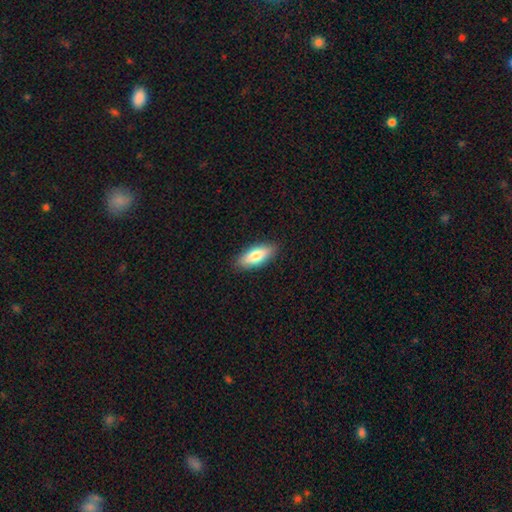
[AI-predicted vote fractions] The model was most divided on "how rounded": in between: 77%, cigar-shaped: 21%, round: 2%. More confident: merging — none (88%); smooth or featured — smooth (78%).